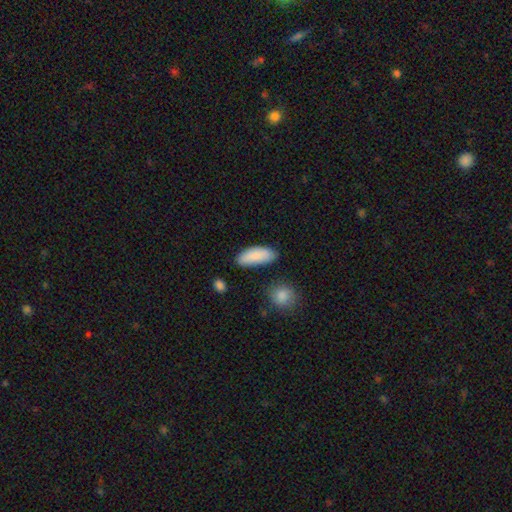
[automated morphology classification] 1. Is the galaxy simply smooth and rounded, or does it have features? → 87% smooth, 7% featured or disk, 6% star or artifact.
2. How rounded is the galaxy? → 80% in between, 18% cigar-shaped, 2% round.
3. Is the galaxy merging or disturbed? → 77% none, 16% minor disturbance, 4% merger, 3% major disturbance.